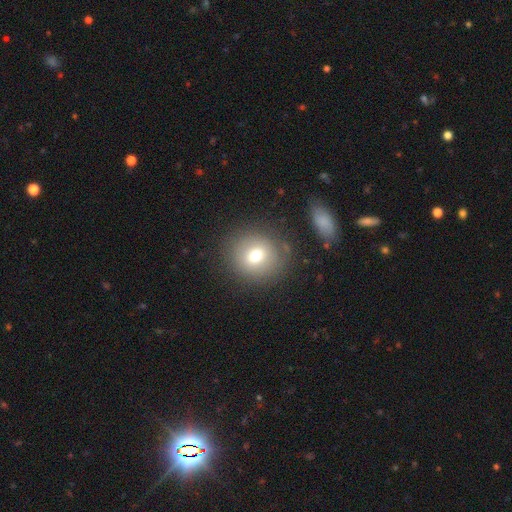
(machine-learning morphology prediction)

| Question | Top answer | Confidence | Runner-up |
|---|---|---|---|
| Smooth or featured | smooth | 72% | featured or disk (16%) |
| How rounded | round | 88% | in between (11%) |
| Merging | none | 82% | minor disturbance (10%) |